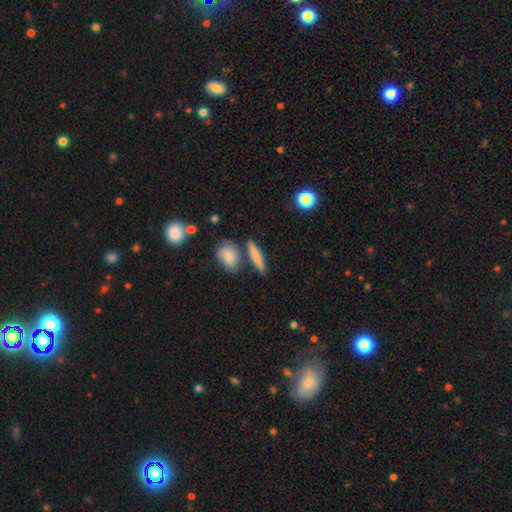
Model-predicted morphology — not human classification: The model was most divided on "smooth or featured": smooth: 71%, featured or disk: 22%, star or artifact: 7%. More confident: how rounded — cigar-shaped (74%); merging — none (72%).